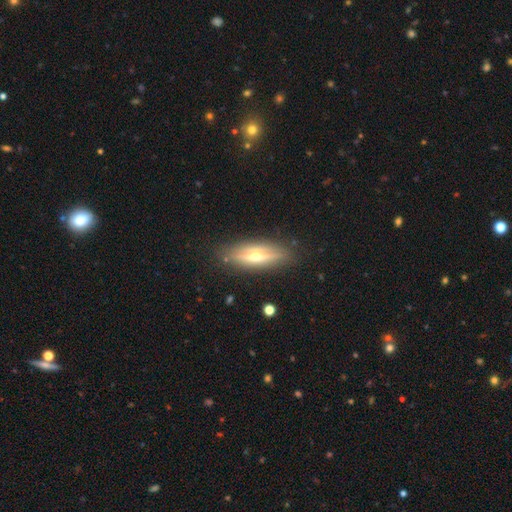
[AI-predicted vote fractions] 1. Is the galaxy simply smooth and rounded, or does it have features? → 66% featured or disk, 27% smooth, 8% star or artifact.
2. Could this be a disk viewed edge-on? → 90% yes, 10% no.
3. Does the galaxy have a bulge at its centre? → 90% rounded, 6% none, 4% boxy.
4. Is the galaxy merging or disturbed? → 85% none, 10% minor disturbance, 3% major disturbance, 1% merger.